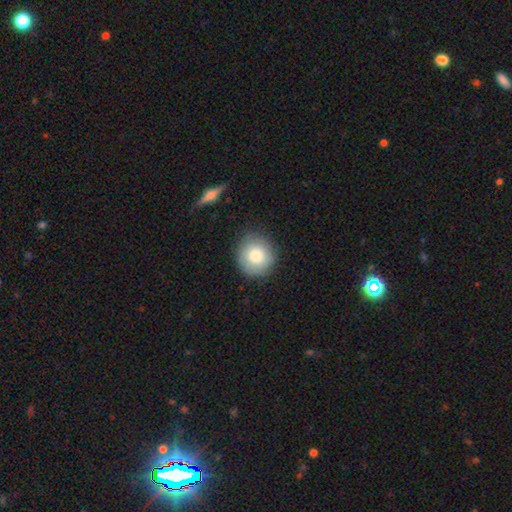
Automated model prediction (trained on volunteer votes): Smooth or featured: smooth — 79% (featured or disk — 13%)
How rounded: round — 92% (in between — 7%)
Merging: none — 85% (minor disturbance — 10%)